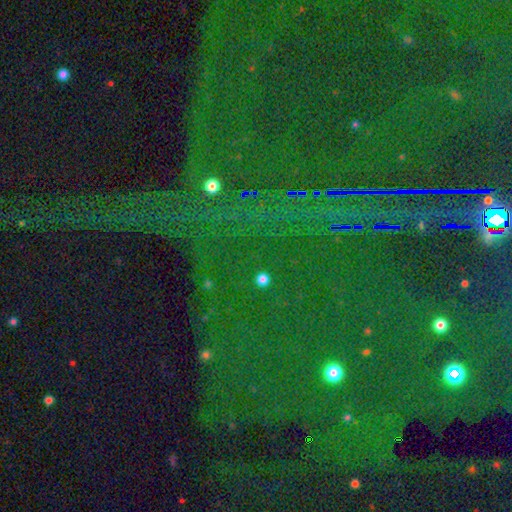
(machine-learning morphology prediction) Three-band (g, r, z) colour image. It shows a star or artifact, not a galaxy (87%).